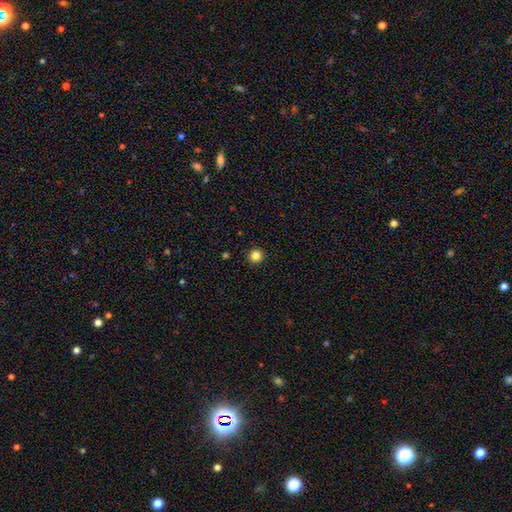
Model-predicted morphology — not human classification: The model was most divided on "smooth or featured": smooth: 84%, star or artifact: 12%, featured or disk: 5%. More confident: how rounded — round (94%); merging — none (92%).